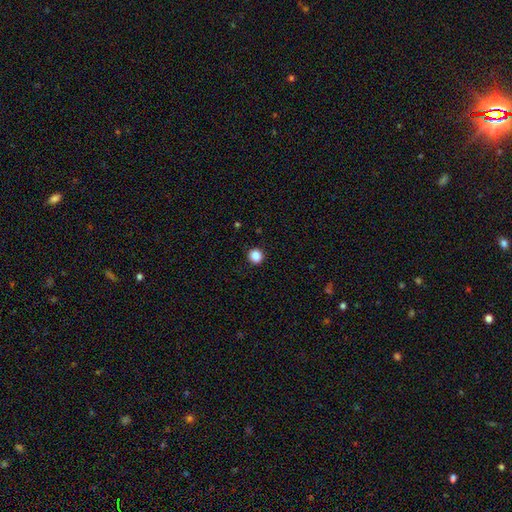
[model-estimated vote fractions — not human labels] smooth 87%, star or artifact 10%, featured or disk 3%. Down the decision tree: how rounded — round (93%); merging — none (93%).